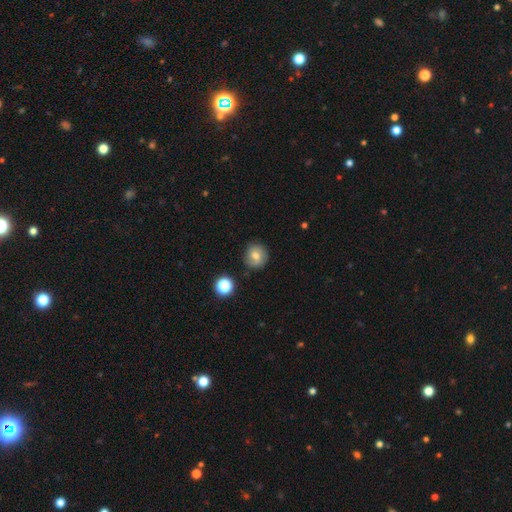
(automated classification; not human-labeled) smooth 63%, featured or disk 25%, star or artifact 12%. Down the decision tree: how rounded — round (89%); merging — none (84%).